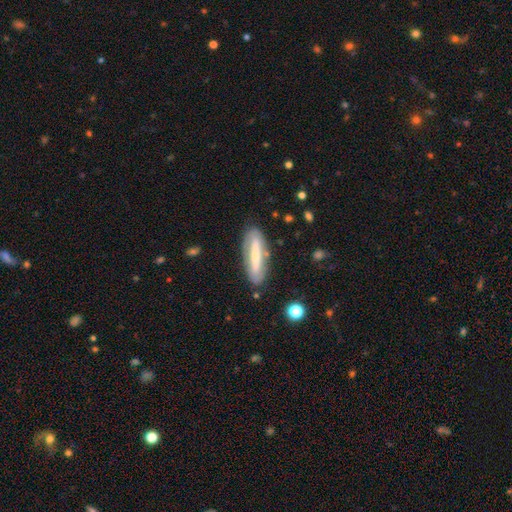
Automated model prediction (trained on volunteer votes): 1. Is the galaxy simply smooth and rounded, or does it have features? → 47% featured or disk, 46% smooth, 7% star or artifact.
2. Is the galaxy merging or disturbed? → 81% none, 13% minor disturbance, 4% major disturbance, 2% merger.